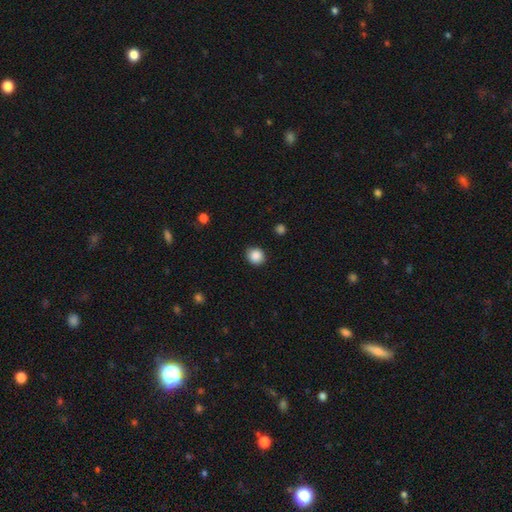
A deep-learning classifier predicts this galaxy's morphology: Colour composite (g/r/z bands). It shows a smooth galaxy with no disk features (88%) that is round (86%). Merging: none (88%).